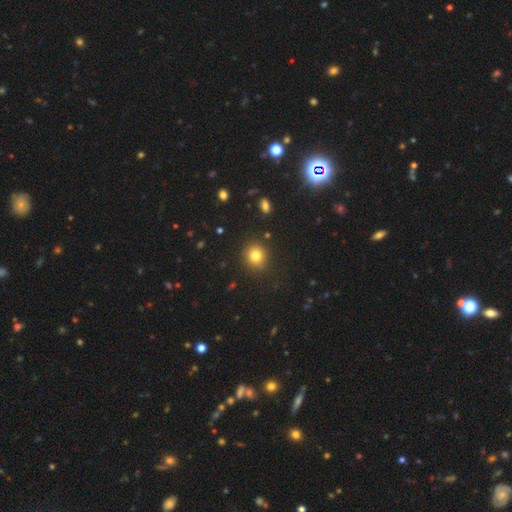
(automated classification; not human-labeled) Q: Smooth or featured?
A: smooth (80%); runner-up: star or artifact (12%)
Q: How rounded?
A: round (86%); runner-up: in between (13%)
Q: Merging?
A: none (89%); runner-up: minor disturbance (7%)